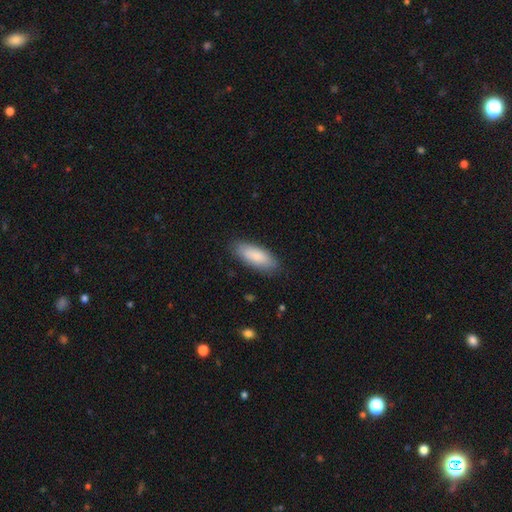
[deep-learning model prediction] This is clearly a smooth galaxy (83%). How rounded: likely in between (72%). Merging: clearly none (83%).